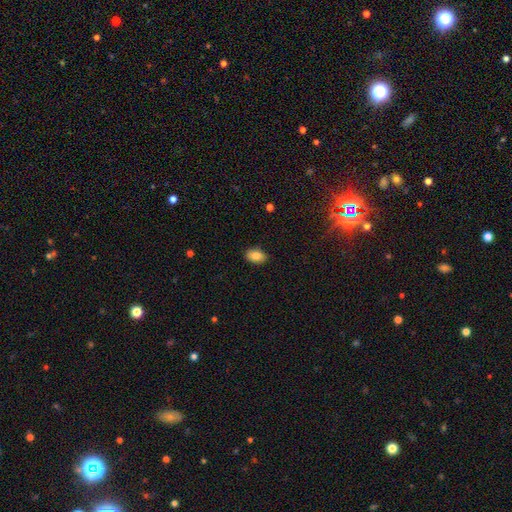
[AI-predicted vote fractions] Morphology: type=smooth (83%); roundness=in between (86%); merging=none (88%).